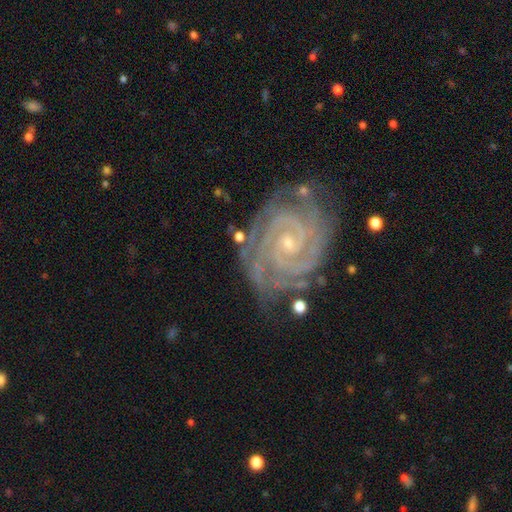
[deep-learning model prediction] featured or disk 87%, star or artifact 8%, smooth 5%. Down the decision tree: edge-on disk — no (97%); bar — no (65%); spiral arms — yes (98%); spiral arm count — 2 (33%); spiral winding — tight (82%); bulge size — small (75%); merging — none (78%).